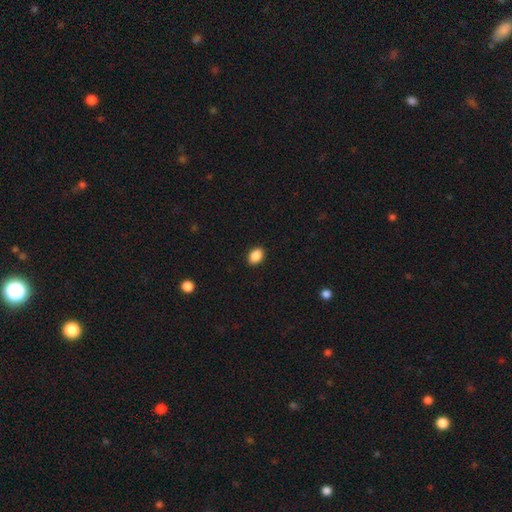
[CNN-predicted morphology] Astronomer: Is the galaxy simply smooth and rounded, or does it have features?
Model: smooth — 89%.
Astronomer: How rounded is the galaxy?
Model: in between — 80%.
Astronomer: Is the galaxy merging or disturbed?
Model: none — 90%.